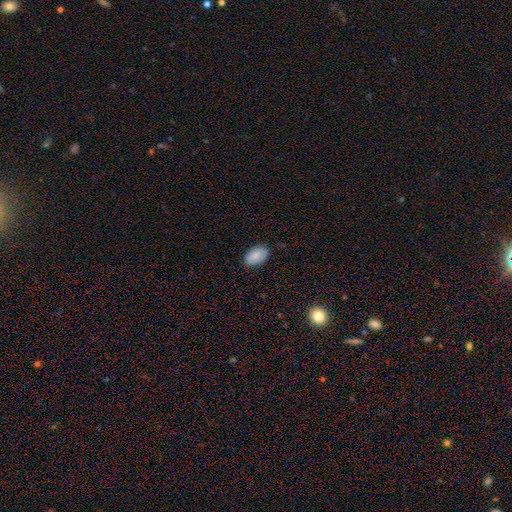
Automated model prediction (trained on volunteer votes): Smooth or featured: smooth — 86% (featured or disk — 8%)
How rounded: in between — 93% (round — 5%)
Merging: none — 82% (minor disturbance — 14%)